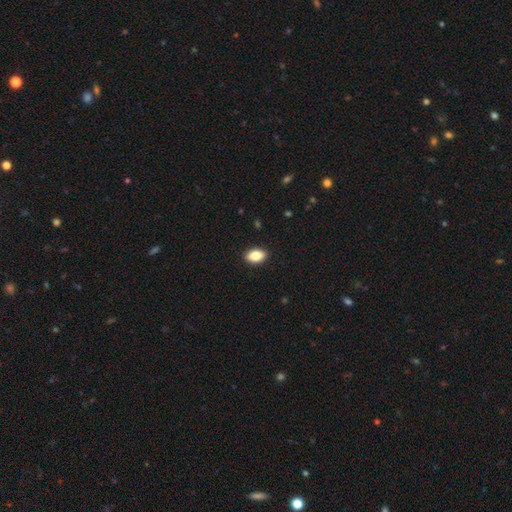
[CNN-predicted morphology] Smooth or featured? smooth (84%)
How rounded? in between (89%)
Merging? none (91%)